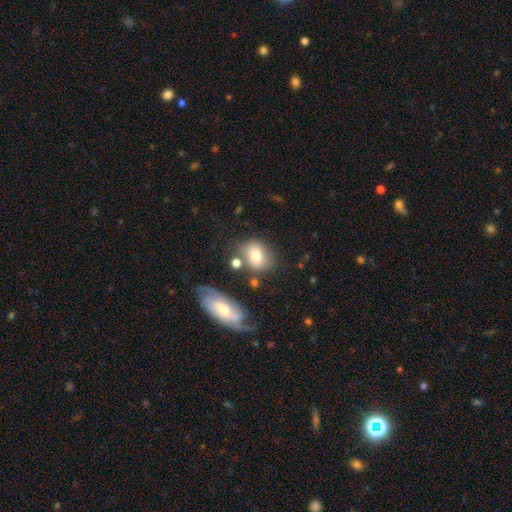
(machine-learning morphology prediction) Q: Smooth or featured?
A: smooth (73%); runner-up: featured or disk (18%)
Q: How rounded?
A: in between (55%); runner-up: round (43%)
Q: Merging?
A: none (57%); runner-up: minor disturbance (18%)